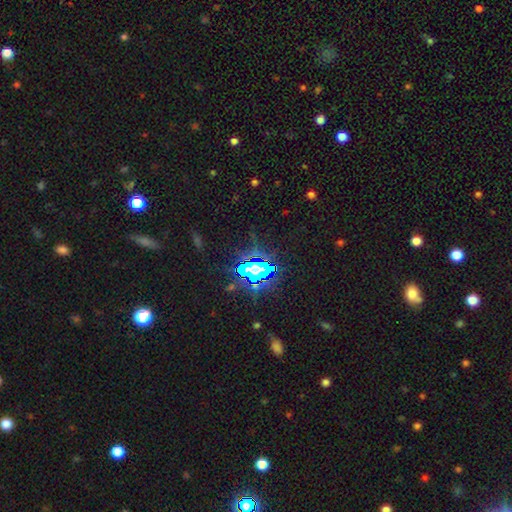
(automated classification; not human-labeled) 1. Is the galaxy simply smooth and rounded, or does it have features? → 81% star or artifact, 11% smooth, 7% featured or disk.